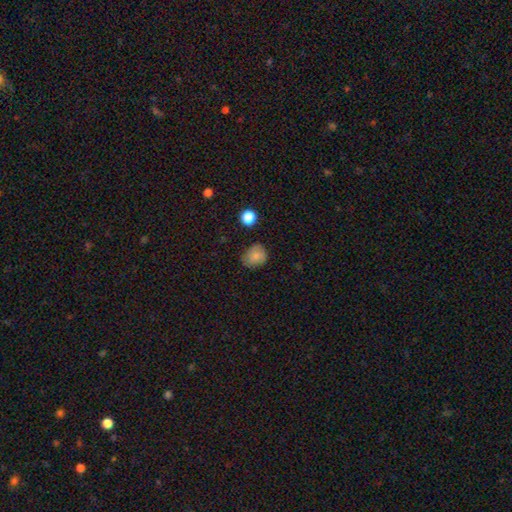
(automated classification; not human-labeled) Smooth or featured?
  - smooth: 81% *
  - star or artifact: 10%
  - featured or disk: 9%
How rounded?
  - round: 62% *
  - in between: 38%
  - cigar-shaped: 1%
Merging?
  - none: 69% *
  - minor disturbance: 24%
  - major disturbance: 5%
  - merger: 2%